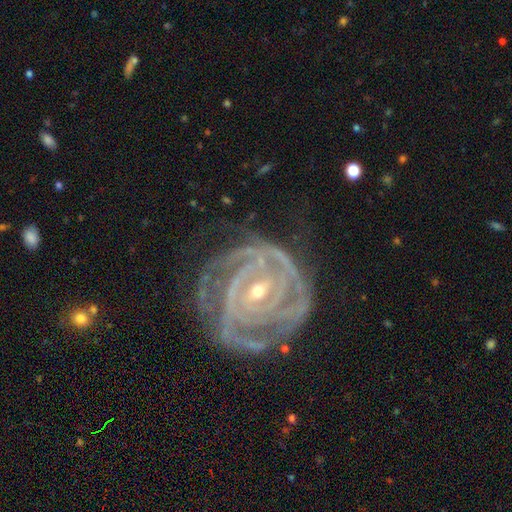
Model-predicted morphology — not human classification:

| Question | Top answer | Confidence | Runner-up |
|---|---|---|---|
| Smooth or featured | featured or disk | 91% | star or artifact (6%) |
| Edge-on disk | no | 97% | yes (3%) |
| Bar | weak | 36% | no (34%) |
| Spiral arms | yes | 98% | no (2%) |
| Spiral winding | tight | 83% | medium (15%) |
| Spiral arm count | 3 | 27% | 4 (23%) |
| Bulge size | small | 66% | moderate (31%) |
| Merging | none | 71% | minor disturbance (19%) |